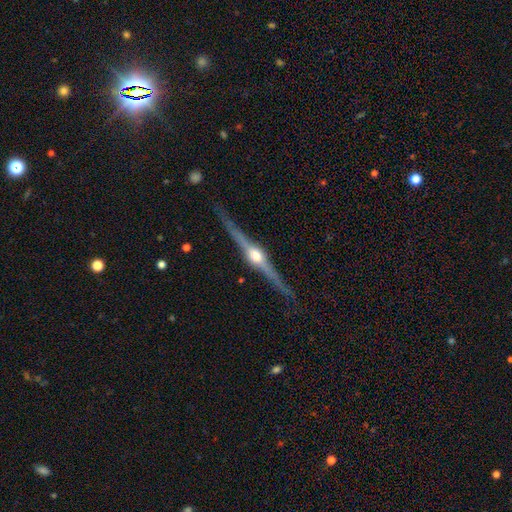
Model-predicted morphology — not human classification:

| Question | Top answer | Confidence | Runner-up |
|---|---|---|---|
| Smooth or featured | featured or disk | 88% | smooth (7%) |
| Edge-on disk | yes | 98% | no (2%) |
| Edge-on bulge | rounded | 95% | boxy (3%) |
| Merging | none | 88% | minor disturbance (9%) |